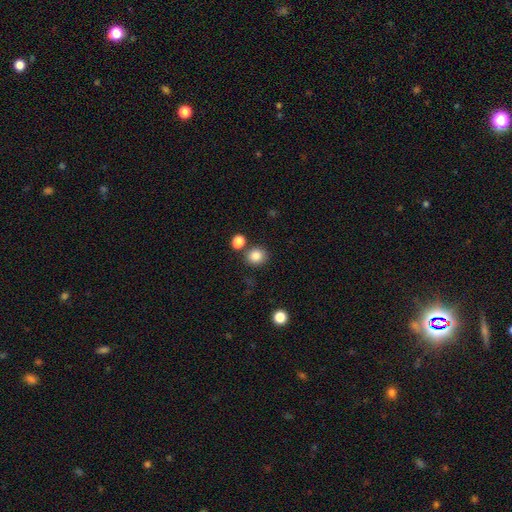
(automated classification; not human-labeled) Morphology: type=smooth (85%); roundness=round (79%); merging=none (78%).